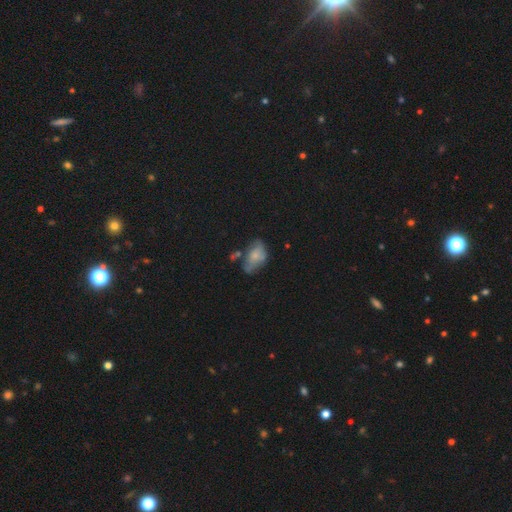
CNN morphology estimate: The model was most divided on "merging": none: 38%, minor disturbance: 31%, major disturbance: 19%, merger: 12%. More confident: how rounded — in between (88%); smooth or featured — smooth (55%).